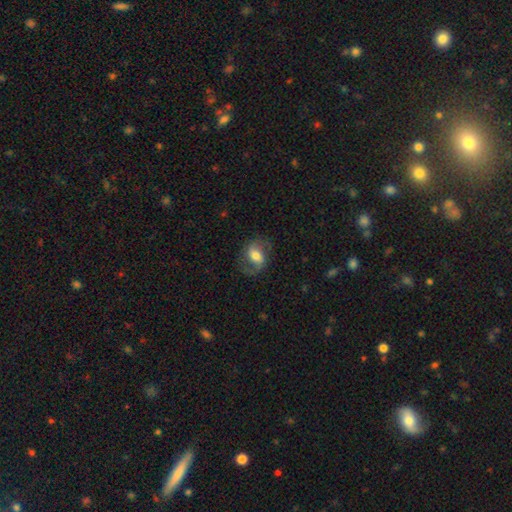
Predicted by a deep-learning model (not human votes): smooth_or_featured: featured or disk (p=0.52) [alt: smooth p=0.40]
disk_edge_on: no (p=0.95) [alt: yes p=0.05]
merging: none (p=0.68) [alt: minor disturbance p=0.18]